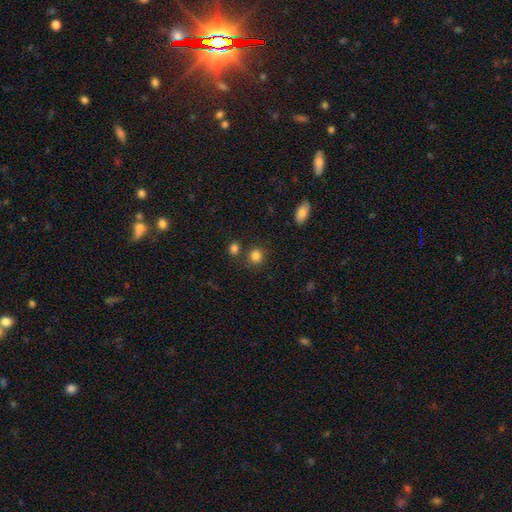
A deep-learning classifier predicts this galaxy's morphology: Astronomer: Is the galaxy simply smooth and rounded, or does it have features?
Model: smooth — 84%.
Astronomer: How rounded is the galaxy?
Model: round — 85%.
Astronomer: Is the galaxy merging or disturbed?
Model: none — 76%.